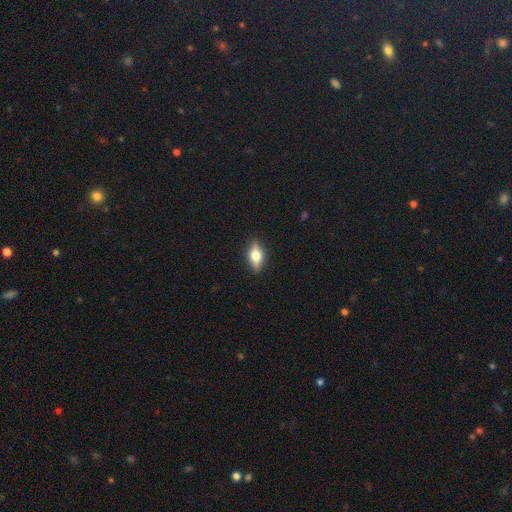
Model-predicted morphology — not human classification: This appears to be a smooth galaxy with no disk features (47%). Merging: none (87%).